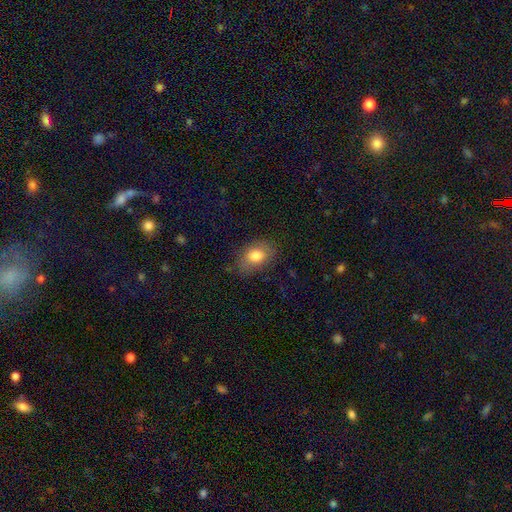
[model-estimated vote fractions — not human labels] smooth-or-featured: smooth: 80% | featured or disk: 12% | star or artifact: 8%
  how-rounded: in between: 79% | round: 20% | cigar-shaped: 1%
  merging: none: 73% | minor disturbance: 20% | major disturbance: 6% | merger: 1%